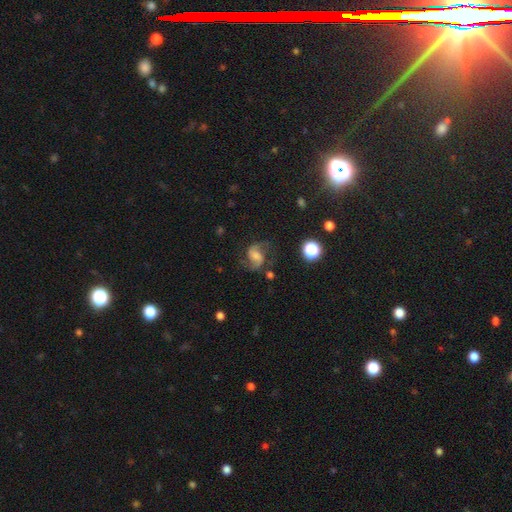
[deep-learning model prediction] A featured or disk galaxy (74%) with a weak bar (45%), 2 (90%) medium (47%) spiral arms (94%) and a moderate central bulge (34%). Merging: none (67%).